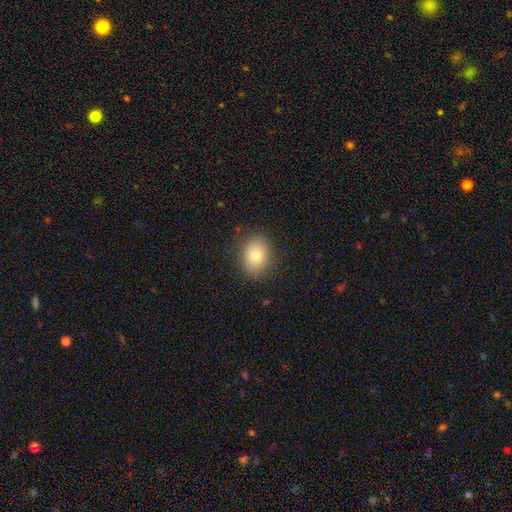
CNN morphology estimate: This is likely a smooth galaxy (77%). How rounded: possibly in between (57%). Merging: clearly none (86%).